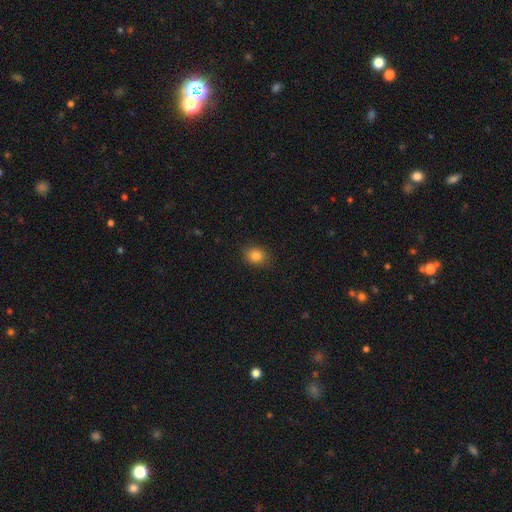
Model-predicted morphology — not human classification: A smooth galaxy with no disk features (83%) that is round (64%).

Vote fractions:
- Smooth or featured? smooth: 83% / star or artifact: 12% / featured or disk: 5%
- How rounded? round: 64% / in between: 35% / cigar-shaped: 1%
- Merging? none: 88% / minor disturbance: 9% / major disturbance: 2% / merger: 1%